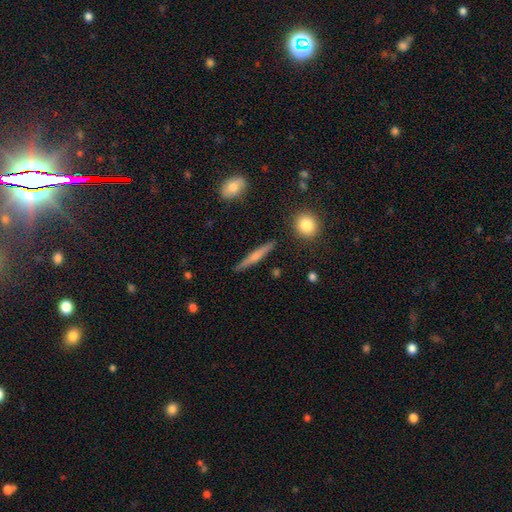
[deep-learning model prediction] The model was most divided on "smooth or featured": featured or disk: 47%, smooth: 46%, star or artifact: 7%. More confident: merging — none (89%).